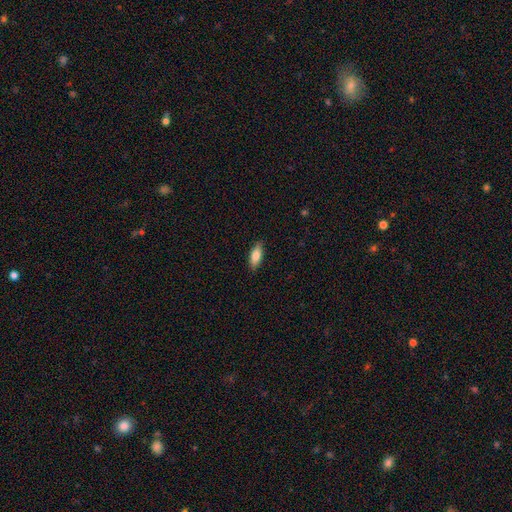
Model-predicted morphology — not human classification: This appears to be a smooth galaxy with no disk features (81%) that is in between round and cigar-shaped (78%). Merging: none (88%).